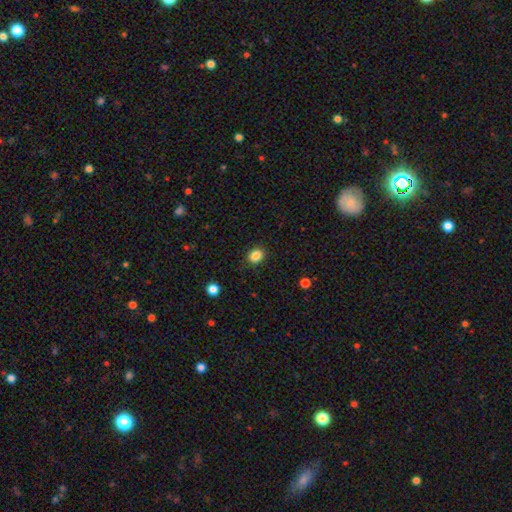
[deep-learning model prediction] smooth-or-featured: smooth: 86% | star or artifact: 11% | featured or disk: 4%
  how-rounded: round: 54% | in between: 46% | cigar-shaped: 1%
  merging: none: 88% | minor disturbance: 9% | major disturbance: 2% | merger: 1%